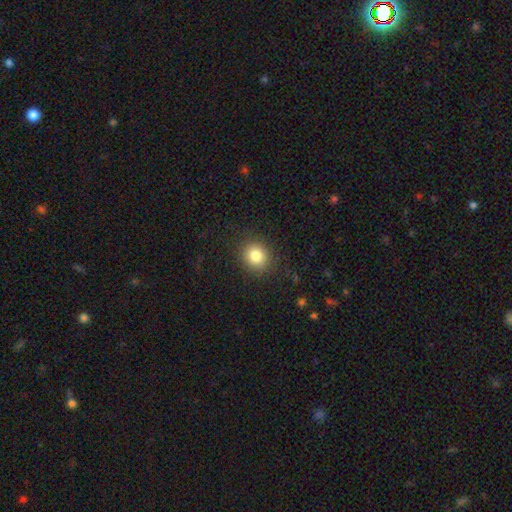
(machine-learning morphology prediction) Smooth or featured? smooth (83%)
How rounded? round (77%)
Merging? none (88%)